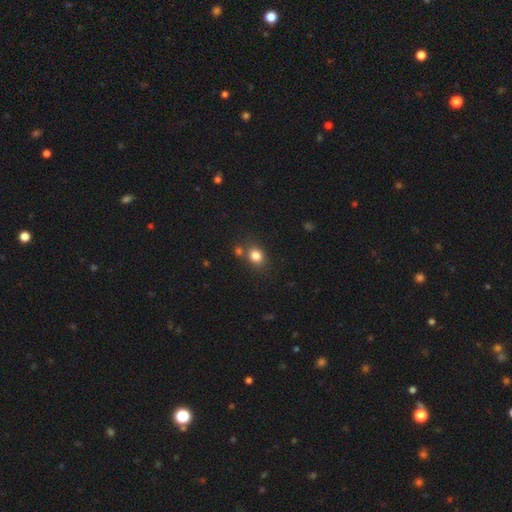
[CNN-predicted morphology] Smooth or featured: smooth — 82% (star or artifact — 11%)
How rounded: round — 55% (in between — 44%)
Merging: none — 67% (merger — 17%)